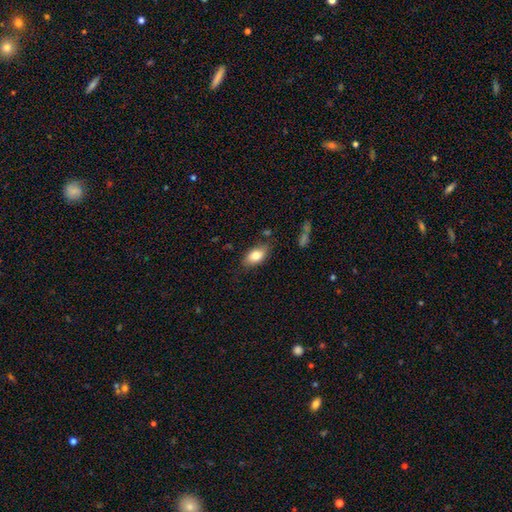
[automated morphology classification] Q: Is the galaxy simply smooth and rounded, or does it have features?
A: smooth — 79%.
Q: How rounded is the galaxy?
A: in between — 89%.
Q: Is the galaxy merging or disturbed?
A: none — 78%.